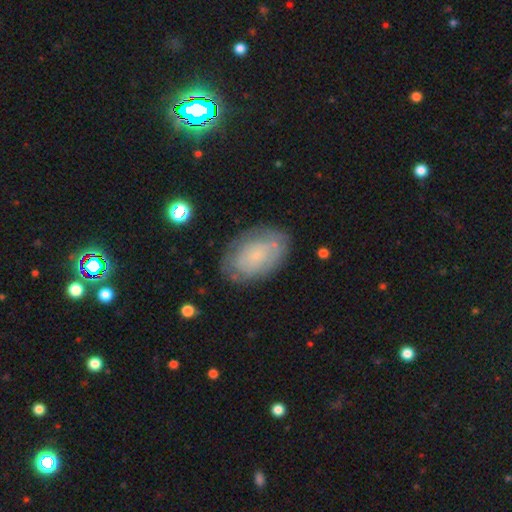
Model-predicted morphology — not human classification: This appears to be a smooth galaxy with no disk features (47%). Merging: none (72%).